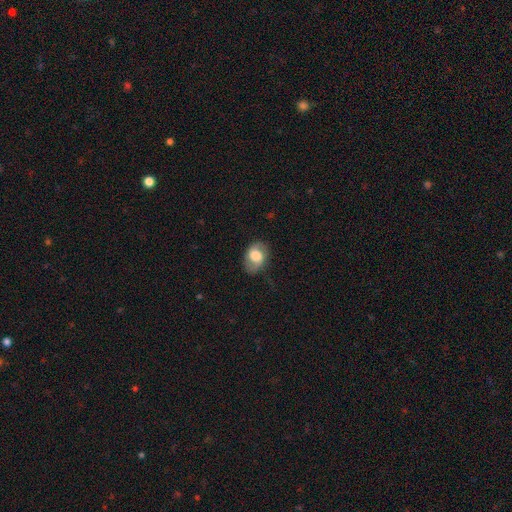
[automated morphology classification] A smooth galaxy with no disk features (54%) that is in between round and cigar-shaped (78%).

Vote fractions:
- Smooth or featured? smooth: 54% / featured or disk: 38% / star or artifact: 8%
- How rounded? in between: 78% / round: 21% / cigar-shaped: 1%
- Merging? none: 74% / minor disturbance: 19% / major disturbance: 7% / merger: 1%